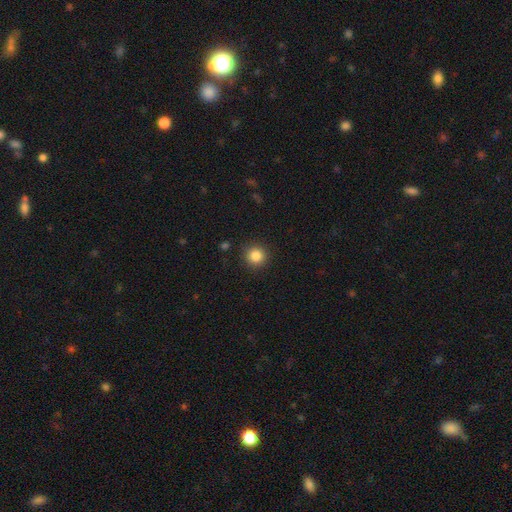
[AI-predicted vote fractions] Morphology: type=smooth (85%); roundness=round (94%); merging=none (90%).